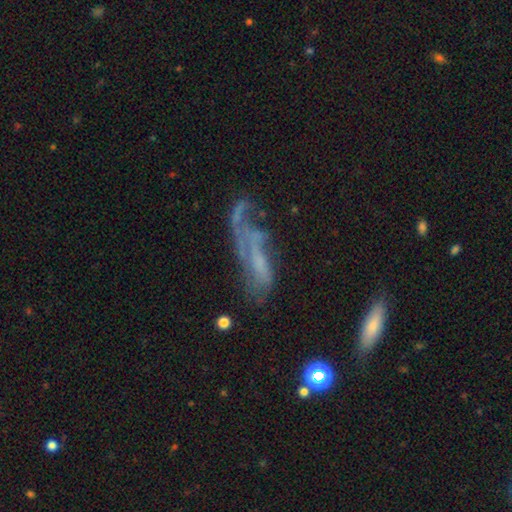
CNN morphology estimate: type=featured or disk (60%); edge-on=no (78%); merging=major disturbance (38%).